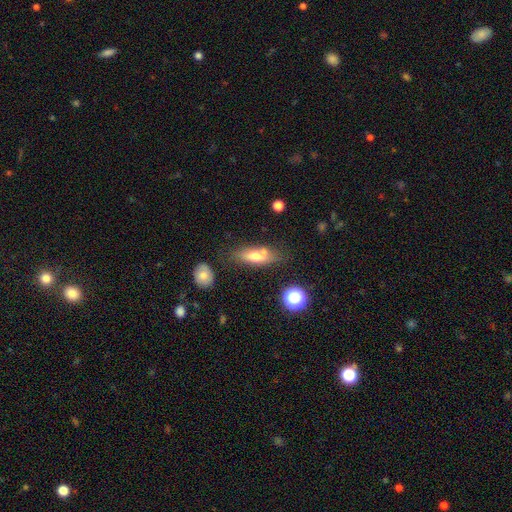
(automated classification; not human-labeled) Smooth or featured? smooth (63%)
How rounded? in between (63%)
Merging? none (59%)